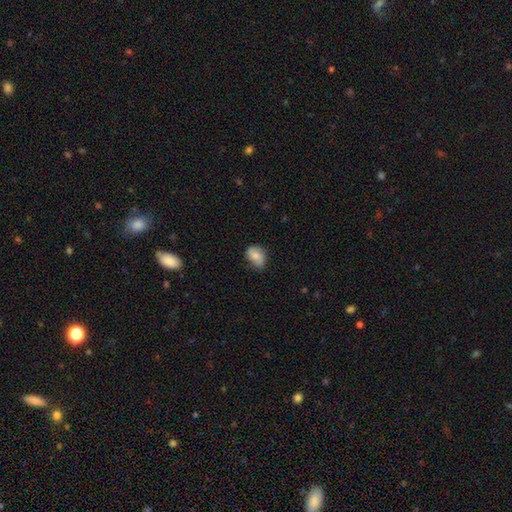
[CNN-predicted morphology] Smooth or featured?
  - smooth: 73% *
  - featured or disk: 19%
  - star or artifact: 8%
How rounded?
  - in between: 73% *
  - round: 26%
  - cigar-shaped: 1%
Merging?
  - none: 61% *
  - minor disturbance: 31%
  - major disturbance: 6%
  - merger: 1%